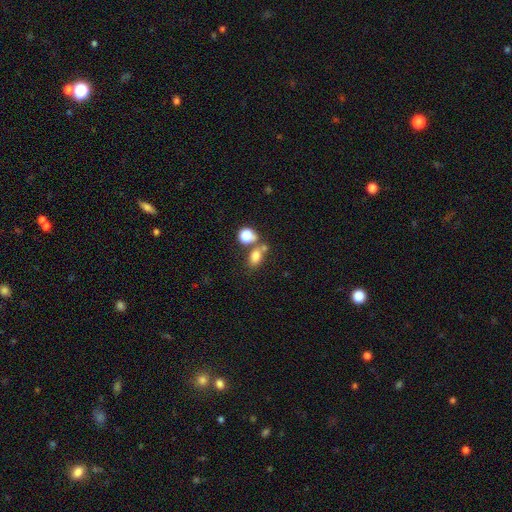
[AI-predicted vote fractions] Smooth or featured? Predicted: smooth (p=0.78). How rounded? Predicted: in between (p=0.74). Merging? Predicted: none (p=0.48).